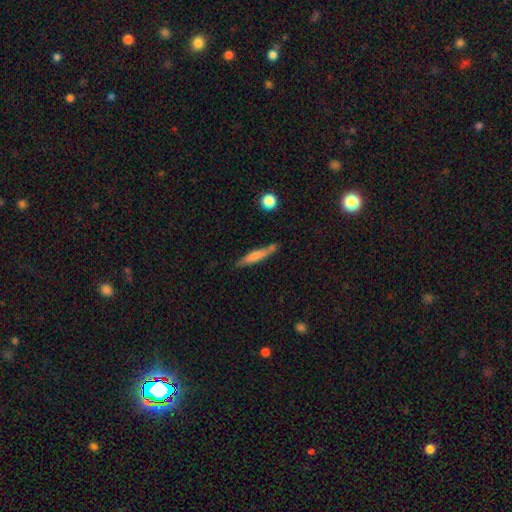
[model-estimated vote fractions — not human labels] Smooth or featured? smooth (65%)
How rounded? cigar-shaped (87%)
Merging? none (70%)